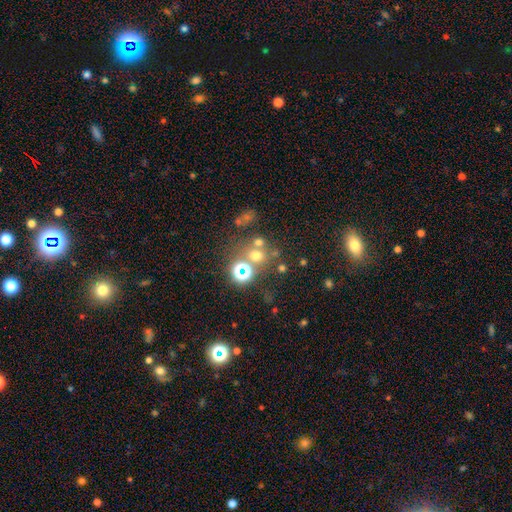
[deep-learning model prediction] This is possibly a smooth galaxy (54%). How rounded: clearly round (81%). Merging: likely none (60%).